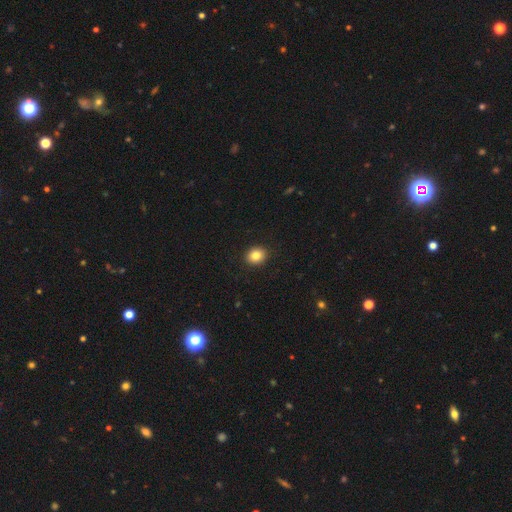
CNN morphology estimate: smooth_or_featured: smooth (p=0.84) [alt: star or artifact p=0.10]
how_rounded: round (p=0.68) [alt: in between p=0.31]
merging: none (p=0.92) [alt: minor disturbance p=0.06]